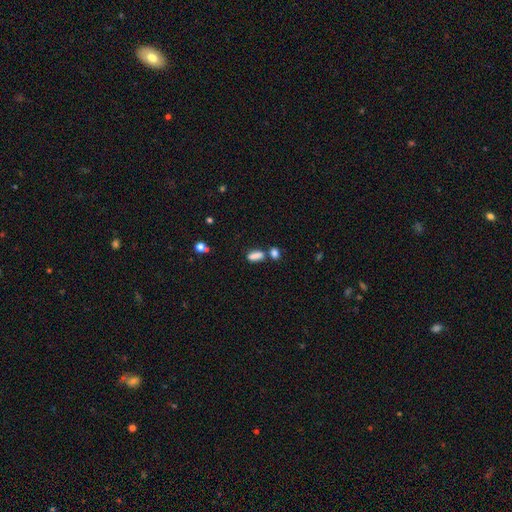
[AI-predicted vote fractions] Morphology: type=smooth (83%); roundness=in between (69%); merging=none (57%).